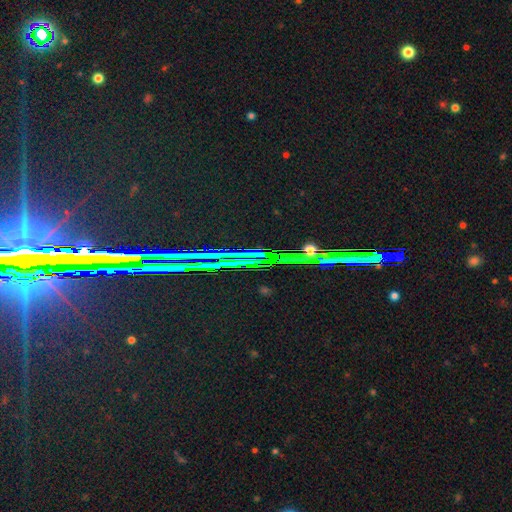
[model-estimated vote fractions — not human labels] A star or artifact, not a galaxy (83%).

Vote fractions:
- Smooth or featured? star or artifact: 83% / featured or disk: 10% / smooth: 7%